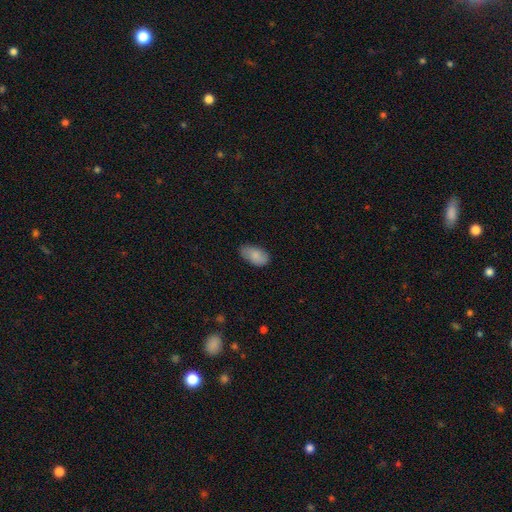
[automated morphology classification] This appears to be a smooth galaxy with no disk features (85%) that is in between round and cigar-shaped (94%). Merging: none (75%).